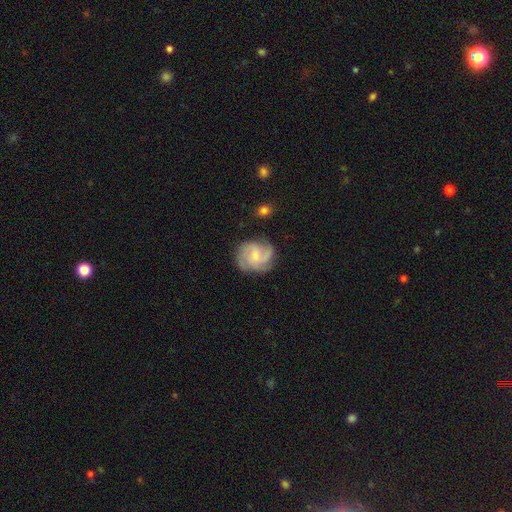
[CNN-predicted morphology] Smooth or featured?
  - featured or disk: 77% *
  - smooth: 17%
  - star or artifact: 6%
Edge-on disk?
  - no: 98% *
  - yes: 2%
Bar?
  - no: 51% *
  - weak: 43%
  - strong: 6%
Spiral arms?
  - yes: 95% *
  - no: 5%
Spiral winding?
  - medium: 48% *
  - tight: 38%
  - loose: 15%
Spiral arm count?
  - 3: 50% *
  - can't tell: 15%
  - 2: 14%
  - 4: 13%
  - 1: 4%
  - more than 4: 4%
Bulge size?
  - small: 56% *
  - moderate: 32%
  - none: 9%
  - large: 2%
  - dominant: 1%
Merging?
  - none: 73% *
  - minor disturbance: 18%
  - major disturbance: 7%
  - merger: 2%